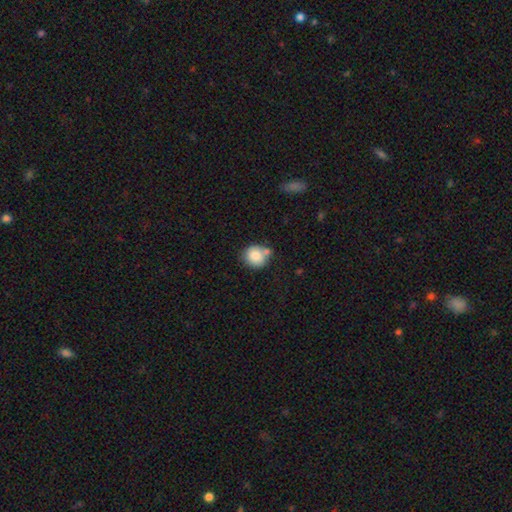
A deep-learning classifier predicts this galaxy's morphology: Smooth or featured: smooth — 83% (featured or disk — 9%)
How rounded: round — 85% (in between — 14%)
Merging: none — 60% (merger — 21%)